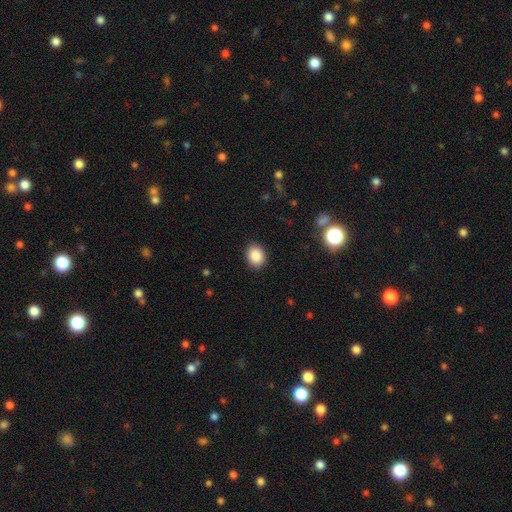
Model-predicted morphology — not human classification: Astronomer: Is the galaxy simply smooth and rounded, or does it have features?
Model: smooth — 88%.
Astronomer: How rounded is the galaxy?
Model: in between — 54% (runner-up: round, 45%).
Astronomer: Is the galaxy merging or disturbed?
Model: none — 89%.